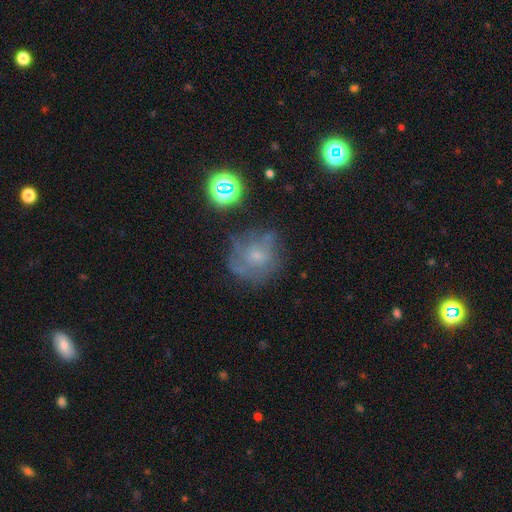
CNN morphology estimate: smooth_or_featured: featured or disk (p=0.41) [alt: smooth p=0.39]
merging: none (p=0.58) [alt: minor disturbance p=0.22]